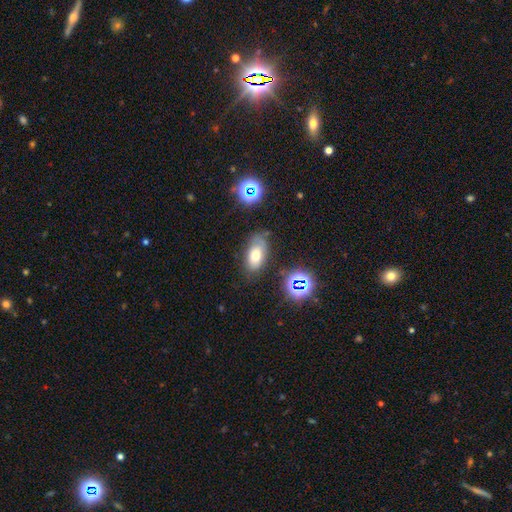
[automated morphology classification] smooth-or-featured: smooth: 63% | featured or disk: 20% | star or artifact: 17%
  how-rounded: in between: 89% | round: 7% | cigar-shaped: 3%
  merging: none: 68% | minor disturbance: 21% | major disturbance: 7% | merger: 4%